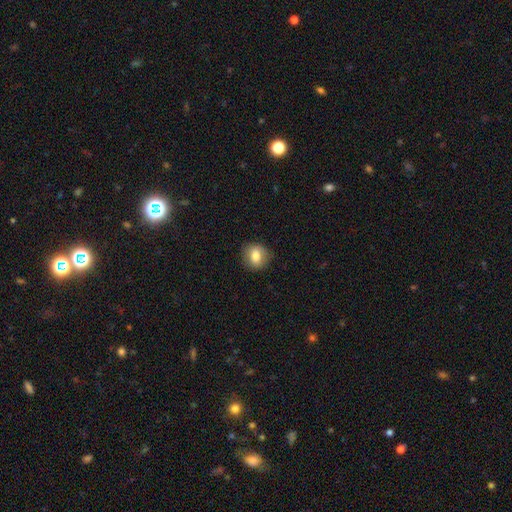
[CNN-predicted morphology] A smooth galaxy with no disk features (79%) that is round (66%). Merging: none (84%).